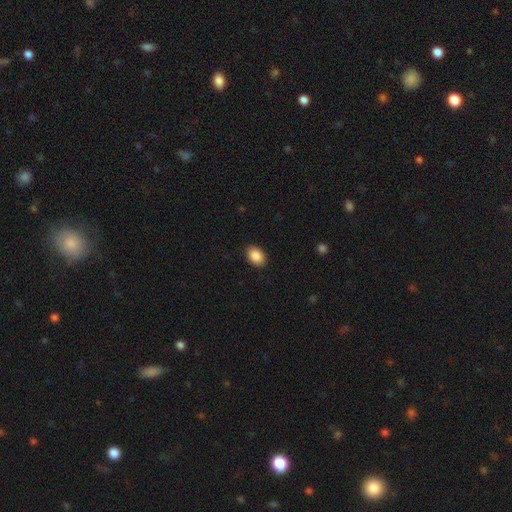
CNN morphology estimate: Smooth or featured?
  - smooth: 89% *
  - star or artifact: 7%
  - featured or disk: 4%
How rounded?
  - in between: 77% *
  - round: 22%
  - cigar-shaped: 1%
Merging?
  - none: 89% *
  - minor disturbance: 8%
  - major disturbance: 2%
  - merger: 1%